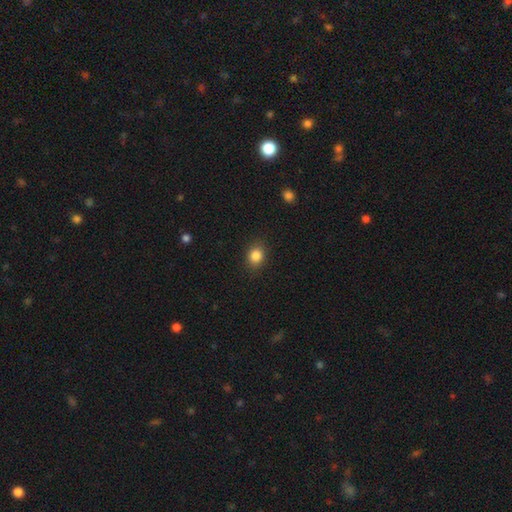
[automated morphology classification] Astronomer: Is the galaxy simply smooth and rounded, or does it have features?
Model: smooth — 85%.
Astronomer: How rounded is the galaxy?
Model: round — 56% (runner-up: in between, 43%).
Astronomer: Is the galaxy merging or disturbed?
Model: none — 88%.